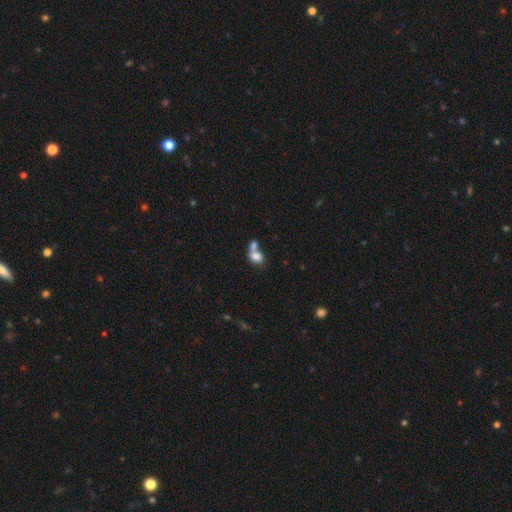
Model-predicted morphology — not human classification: smooth-or-featured: smooth: 78% | featured or disk: 13% | star or artifact: 9%
  how-rounded: in between: 64% | round: 34% | cigar-shaped: 2%
  merging: merger: 66% | none: 21% | minor disturbance: 7% | major disturbance: 6%